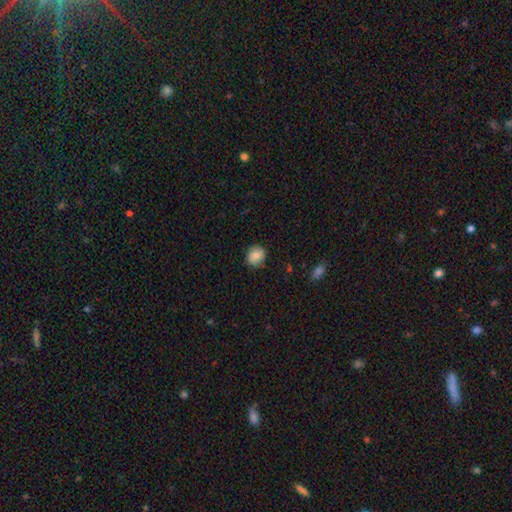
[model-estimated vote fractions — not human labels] Smooth or featured? Predicted: smooth (p=0.81). How rounded? Predicted: round (p=0.80). Merging? Predicted: none (p=0.86).